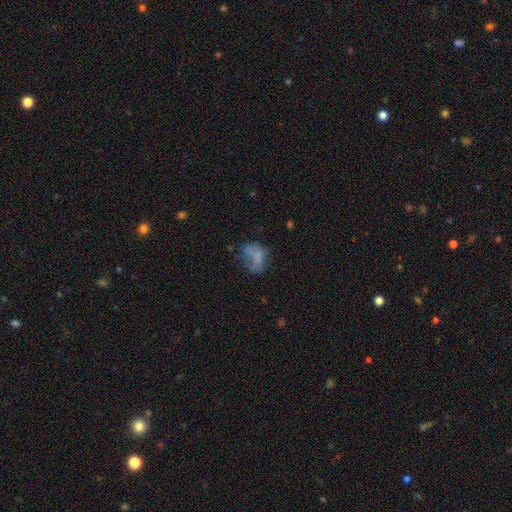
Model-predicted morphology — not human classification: A smooth galaxy with no disk features (59%) that is in between round and cigar-shaped (62%). Merging: none (36%).